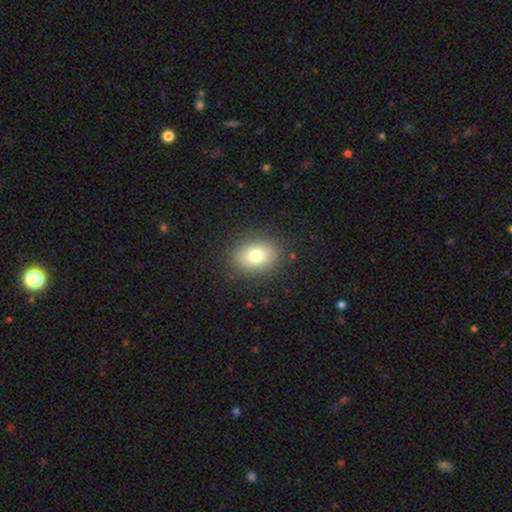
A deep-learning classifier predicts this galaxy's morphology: Smooth or featured? Predicted: smooth (p=0.76). How rounded? Predicted: in between (p=0.63). Merging? Predicted: none (p=0.87).